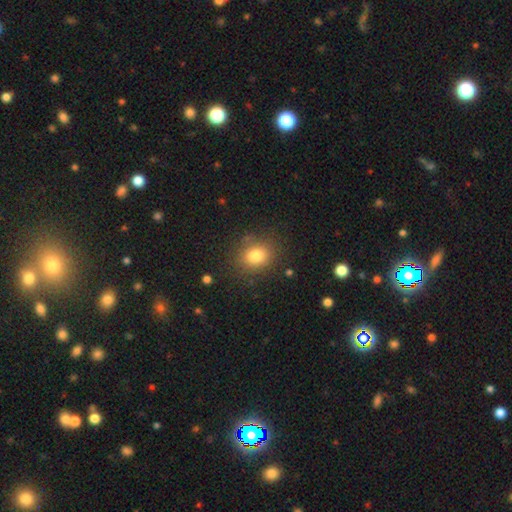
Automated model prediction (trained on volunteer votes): Q: Smooth or featured?
A: smooth (79%); runner-up: star or artifact (12%)
Q: How rounded?
A: round (64%); runner-up: in between (35%)
Q: Merging?
A: none (82%); runner-up: minor disturbance (11%)